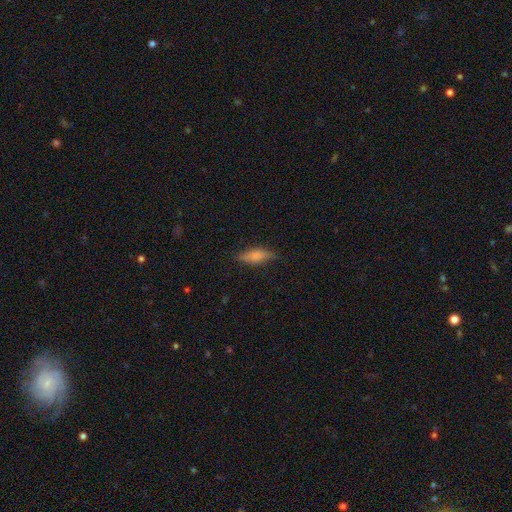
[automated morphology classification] A smooth galaxy with no disk features (75%) that is in between round and cigar-shaped (62%). Merging: none (77%).